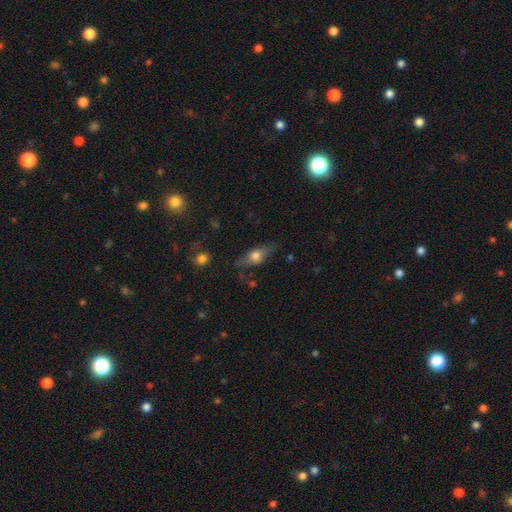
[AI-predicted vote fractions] The model was most divided on "smooth or featured": smooth: 53%, featured or disk: 38%, star or artifact: 8%. More confident: merging — none (69%); how rounded — in between (63%).